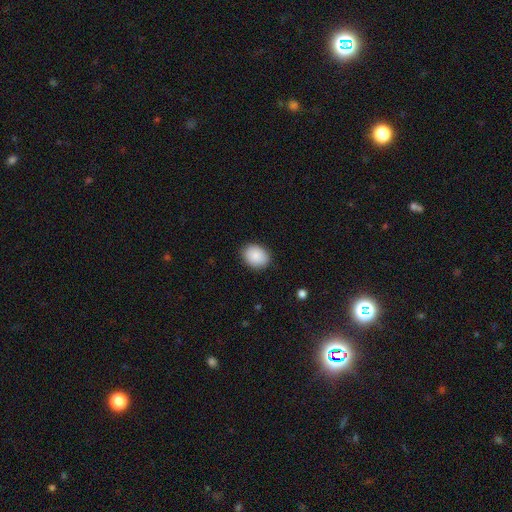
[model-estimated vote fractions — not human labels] This appears to be a smooth galaxy with no disk features (88%) that is in between round and cigar-shaped (61%). Merging: none (87%).